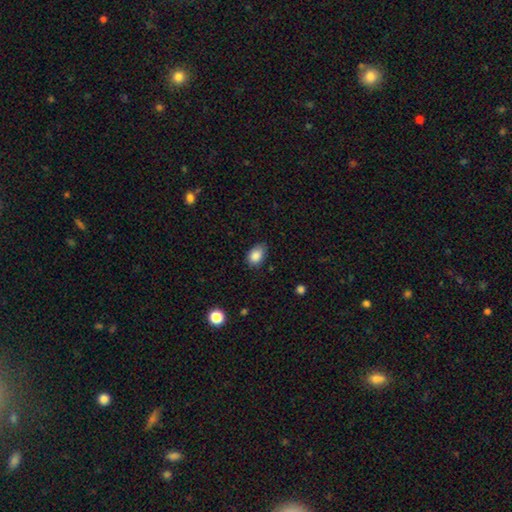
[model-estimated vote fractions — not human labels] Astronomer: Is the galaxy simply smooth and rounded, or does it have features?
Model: smooth — 87%.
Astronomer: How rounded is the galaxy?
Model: in between — 79%.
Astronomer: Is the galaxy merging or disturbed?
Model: none — 74%.